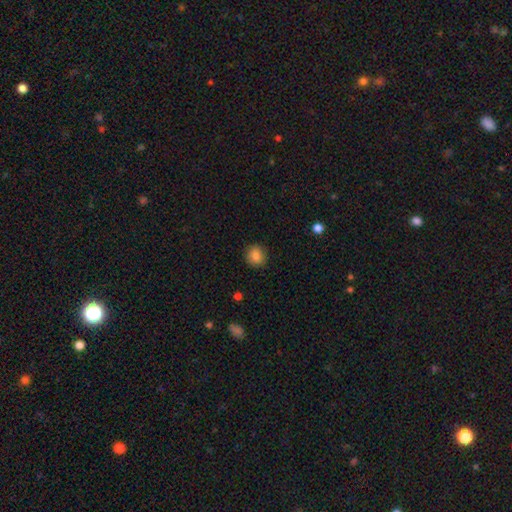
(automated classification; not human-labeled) Smooth or featured: smooth — 85% (star or artifact — 10%)
How rounded: round — 84% (in between — 15%)
Merging: none — 90% (minor disturbance — 7%)